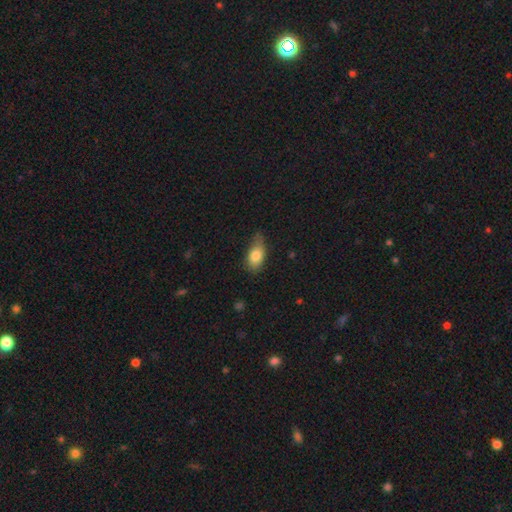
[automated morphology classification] Smooth or featured?
  - smooth: 80% *
  - featured or disk: 13%
  - star or artifact: 8%
How rounded?
  - in between: 86% *
  - cigar-shaped: 7%
  - round: 7%
Merging?
  - none: 50% *
  - minor disturbance: 38%
  - major disturbance: 9%
  - merger: 2%